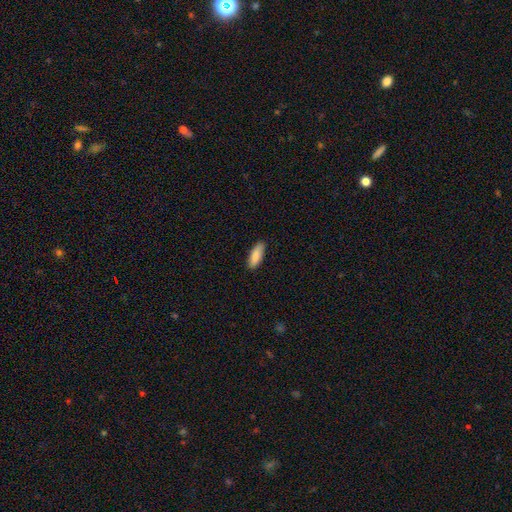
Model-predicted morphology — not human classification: A smooth galaxy with no disk features (87%) that is in between round and cigar-shaped (65%).

Vote fractions:
- Smooth or featured? smooth: 87% / featured or disk: 7% / star or artifact: 6%
- How rounded? in between: 65% / cigar-shaped: 33% / round: 2%
- Merging? none: 88% / minor disturbance: 10% / major disturbance: 2% / merger: 1%